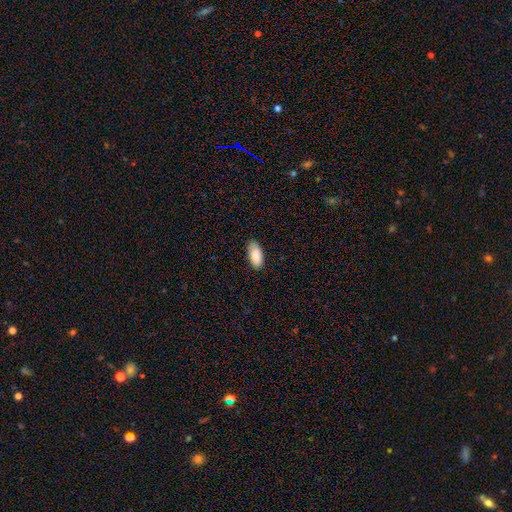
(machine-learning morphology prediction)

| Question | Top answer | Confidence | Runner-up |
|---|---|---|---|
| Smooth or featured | smooth | 87% | featured or disk (6%) |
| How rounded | in between | 92% | cigar-shaped (7%) |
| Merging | none | 83% | minor disturbance (14%) |